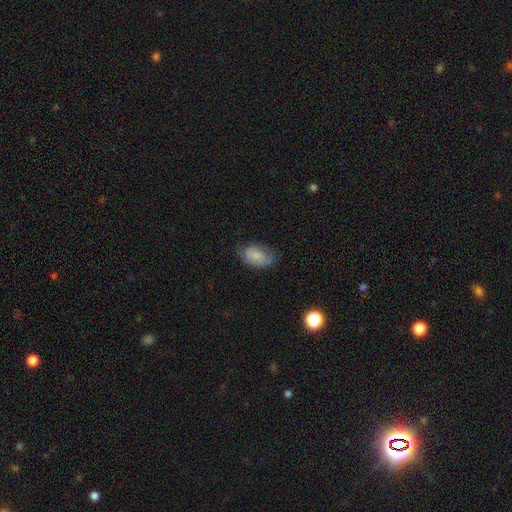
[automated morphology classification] type=smooth (79%); roundness=in between (91%); merging=none (66%).